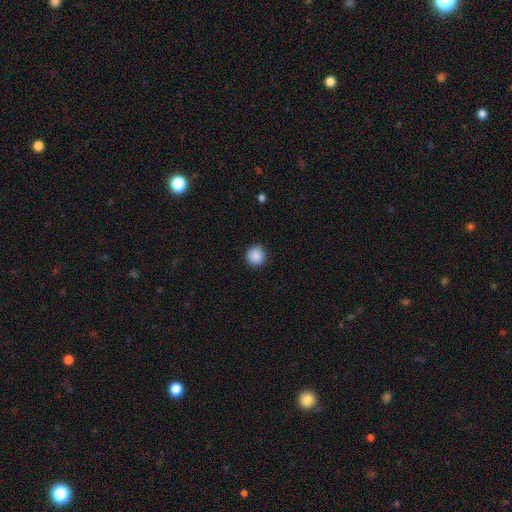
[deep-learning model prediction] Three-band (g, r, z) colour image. It shows a smooth galaxy with no disk features (89%) that is round (95%). Merging: none (91%).